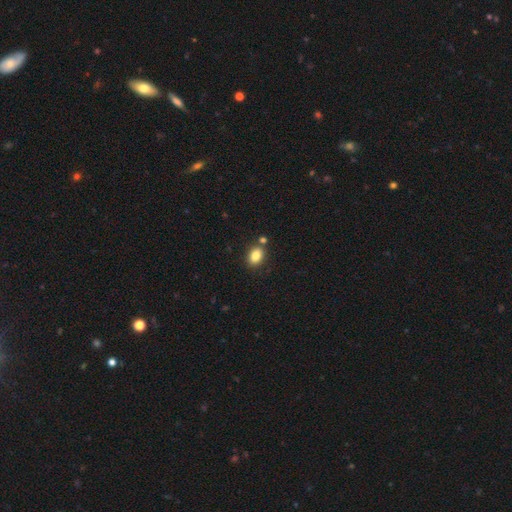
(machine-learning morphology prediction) type=smooth (83%); roundness=in between (71%); merging=none (77%).